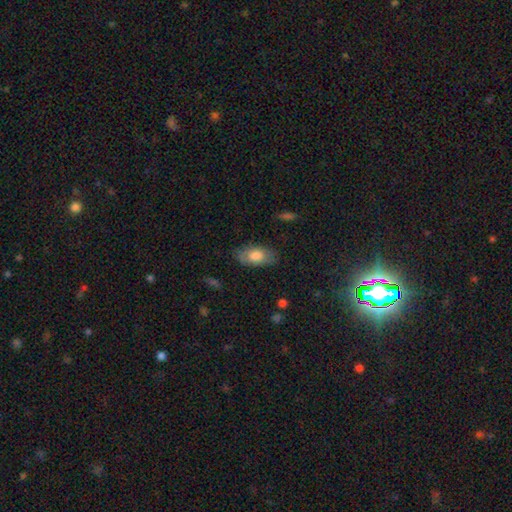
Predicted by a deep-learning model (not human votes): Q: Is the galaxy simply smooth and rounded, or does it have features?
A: smooth — 75%.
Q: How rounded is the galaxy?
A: in between — 91%.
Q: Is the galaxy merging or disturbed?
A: none — 77%.